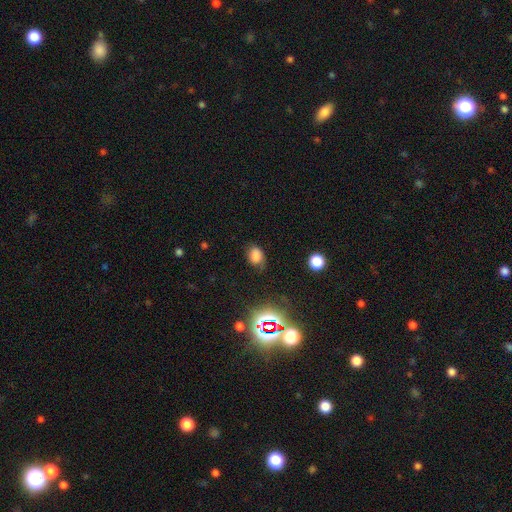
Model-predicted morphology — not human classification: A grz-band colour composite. It shows a smooth galaxy with no disk features (73%) that is in between round and cigar-shaped (72%). Merging: none (65%).